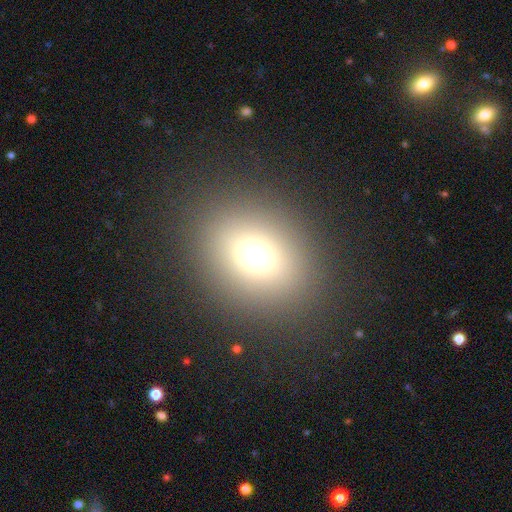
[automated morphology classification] smooth_or_featured: smooth (p=0.67) [alt: star or artifact p=0.22]
how_rounded: round (p=0.62) [alt: in between p=0.37]
merging: none (p=0.87) [alt: minor disturbance p=0.07]